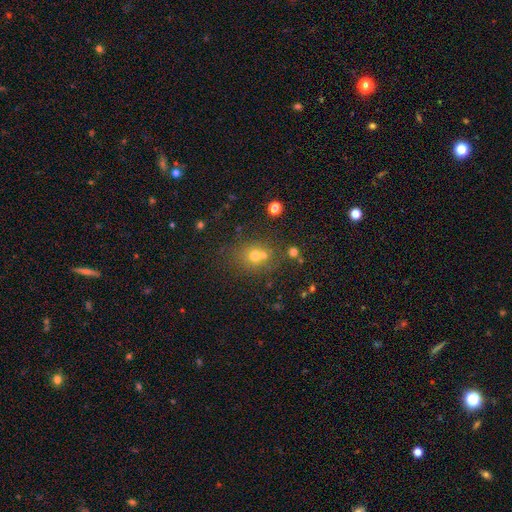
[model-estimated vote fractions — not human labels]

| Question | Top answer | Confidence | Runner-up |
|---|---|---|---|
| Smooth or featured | smooth | 64% | star or artifact (23%) |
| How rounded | round | 77% | in between (22%) |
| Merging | none | 60% | merger (25%) |